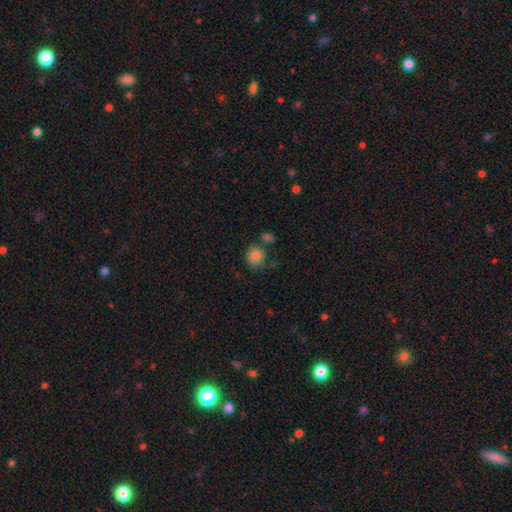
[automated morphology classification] smooth_or_featured: smooth (p=0.82) [alt: star or artifact p=0.10]
how_rounded: round (p=0.85) [alt: in between p=0.14]
merging: none (p=0.64) [alt: minor disturbance p=0.18]